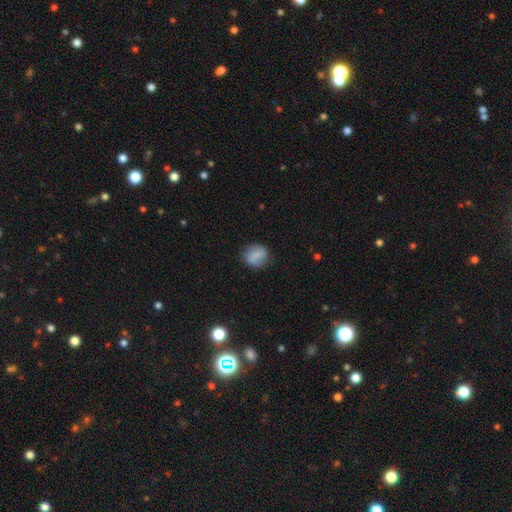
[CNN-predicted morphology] Smooth or featured? Predicted: smooth (p=0.74). How rounded? Predicted: round (p=0.64). Merging? Predicted: none (p=0.78).